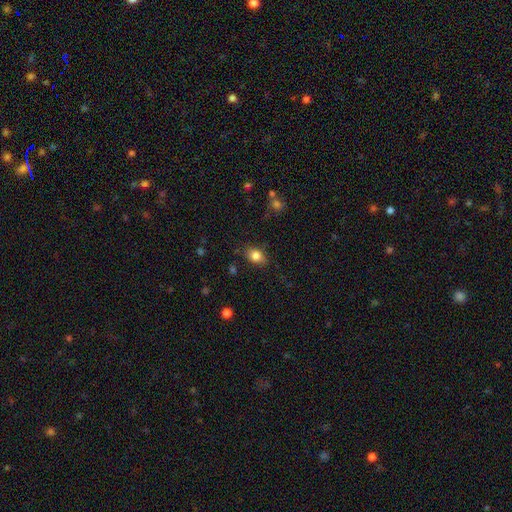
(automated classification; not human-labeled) Smooth or featured?
  - smooth: 83% *
  - star or artifact: 10%
  - featured or disk: 7%
How rounded?
  - in between: 72% *
  - round: 26%
  - cigar-shaped: 1%
Merging?
  - none: 82% *
  - minor disturbance: 13%
  - major disturbance: 3%
  - merger: 2%